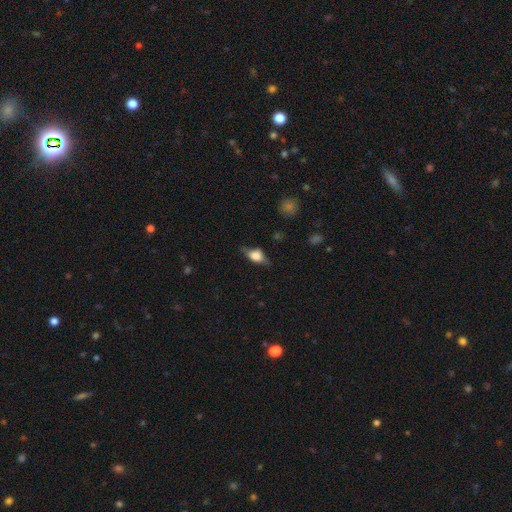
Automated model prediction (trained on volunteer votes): Smooth or featured? Predicted: featured or disk (p=0.46, tied with smooth). Merging? Predicted: none (p=0.69).